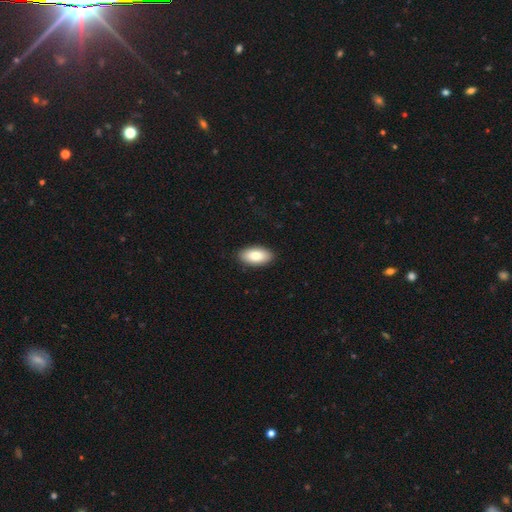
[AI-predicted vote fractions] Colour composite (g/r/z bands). It shows a smooth galaxy with no disk features (84%) that is in between round and cigar-shaped (94%). Merging: none (90%).